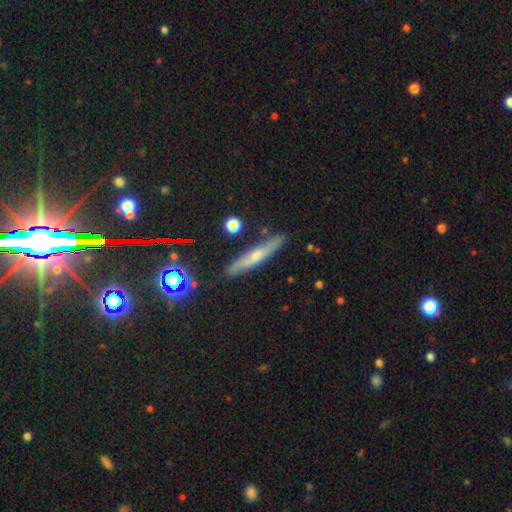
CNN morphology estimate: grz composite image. It shows a featured or disk galaxy (47%). Merging: none (85%).